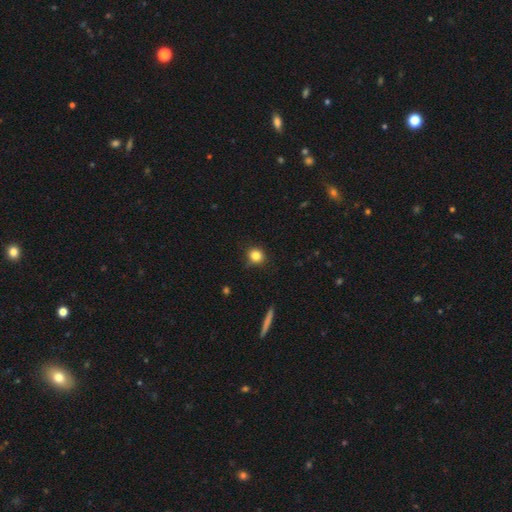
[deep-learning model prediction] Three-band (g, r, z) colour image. It shows a smooth galaxy with no disk features (83%) that is round (88%). Merging: none (85%).